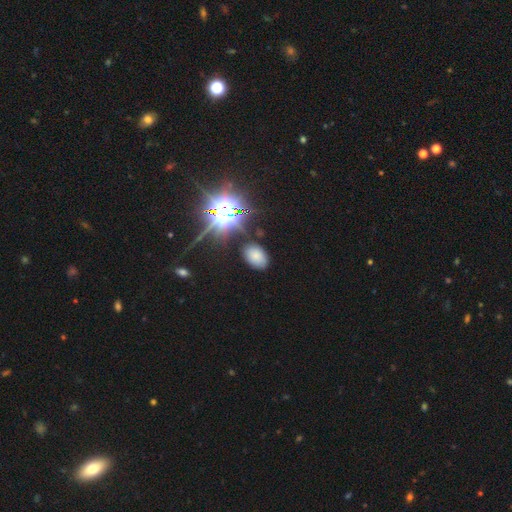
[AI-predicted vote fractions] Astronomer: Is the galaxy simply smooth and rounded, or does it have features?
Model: smooth — 67%.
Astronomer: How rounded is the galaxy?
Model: in between — 86%.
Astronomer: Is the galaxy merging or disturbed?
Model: none — 82%.